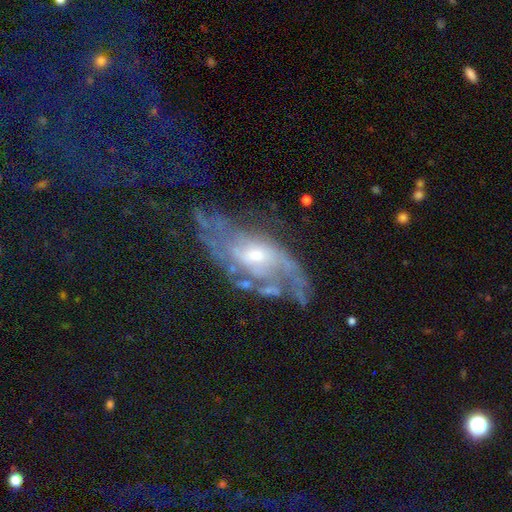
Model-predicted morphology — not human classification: A featured or disk galaxy (80%) with no bar (58%), 2 (40%) medium (39%) spiral arms (82%) and a small central bulge (55%). Merging: none (49%).